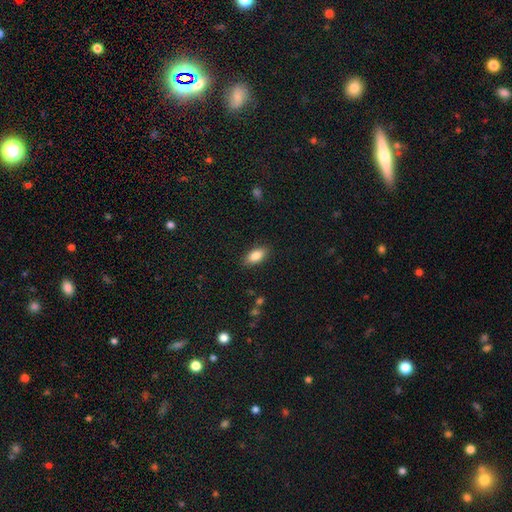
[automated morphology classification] smooth-or-featured: smooth: 86% | featured or disk: 7% | star or artifact: 7%
  how-rounded: in between: 89% | cigar-shaped: 8% | round: 3%
  merging: none: 87% | minor disturbance: 10% | major disturbance: 3% | merger: 1%